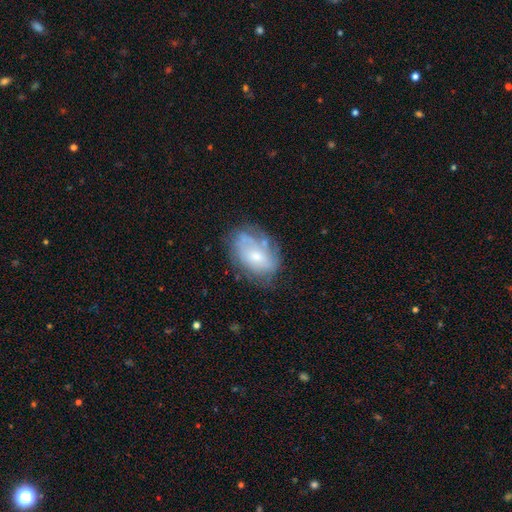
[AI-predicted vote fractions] This appears to be a featured or disk galaxy (50%). Merging: none (54%).